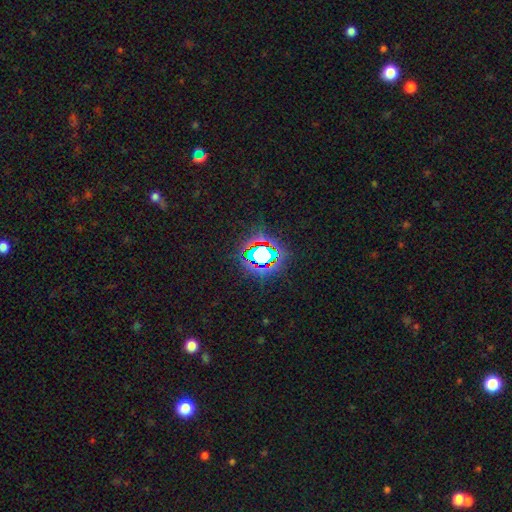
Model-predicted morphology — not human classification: Overall: star or artifact (70%).